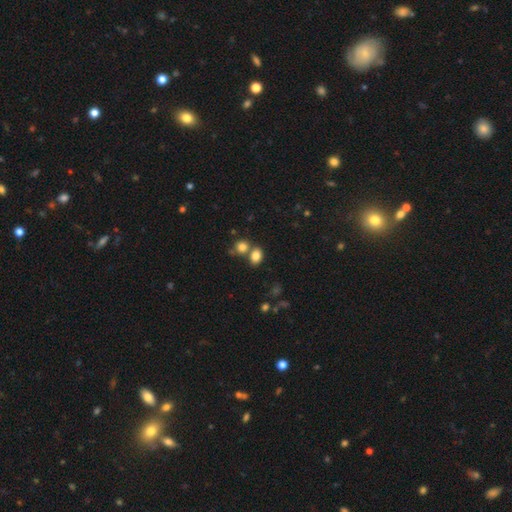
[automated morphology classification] A smooth galaxy with no disk features (82%) that is in between round and cigar-shaped (67%). Merging: none (51%).